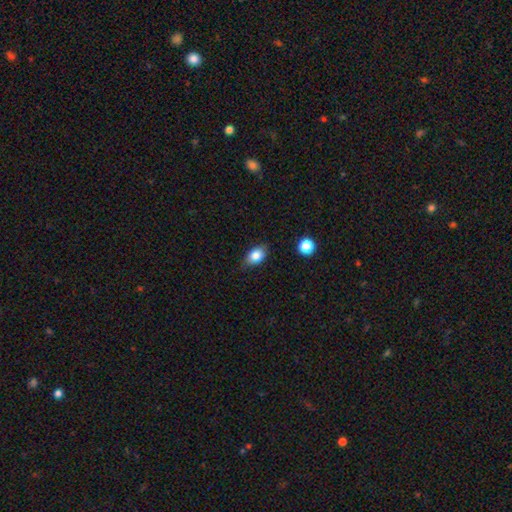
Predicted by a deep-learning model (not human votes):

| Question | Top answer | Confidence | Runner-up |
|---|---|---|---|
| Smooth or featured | smooth | 84% | star or artifact (9%) |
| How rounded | in between | 82% | round (16%) |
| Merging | none | 79% | minor disturbance (16%) |